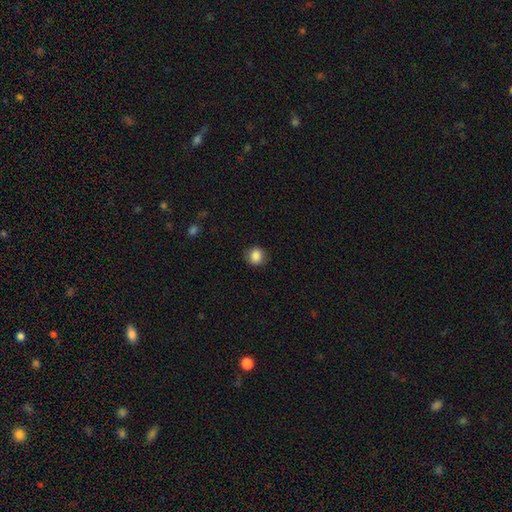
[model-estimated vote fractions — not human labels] smooth_or_featured: smooth (p=0.86) [alt: star or artifact p=0.09]
how_rounded: round (p=0.77) [alt: in between p=0.22]
merging: none (p=0.84) [alt: minor disturbance p=0.12]